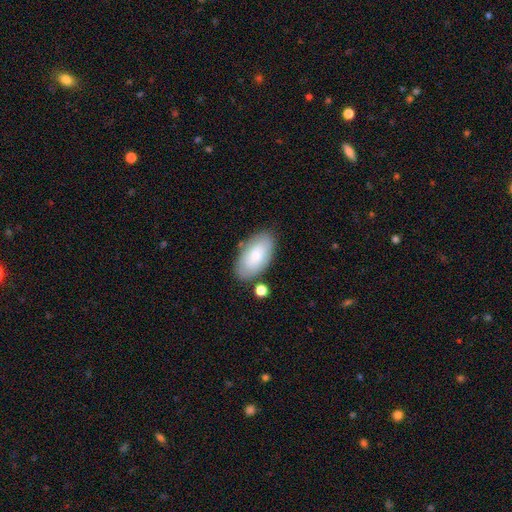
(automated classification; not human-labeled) The model was most divided on "smooth or featured": smooth: 70%, featured or disk: 24%, star or artifact: 6%. More confident: how rounded — in between (94%); merging — none (75%).